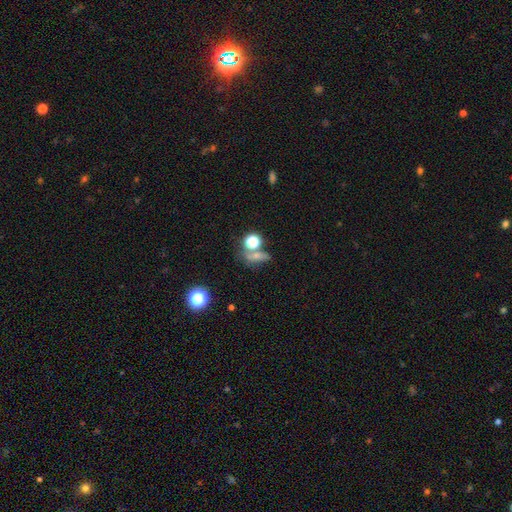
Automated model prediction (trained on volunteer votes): Smooth or featured: smooth — 60% (star or artifact — 23%)
How rounded: round — 46% (in between — 37%)
Merging: none — 48% (merger — 28%)